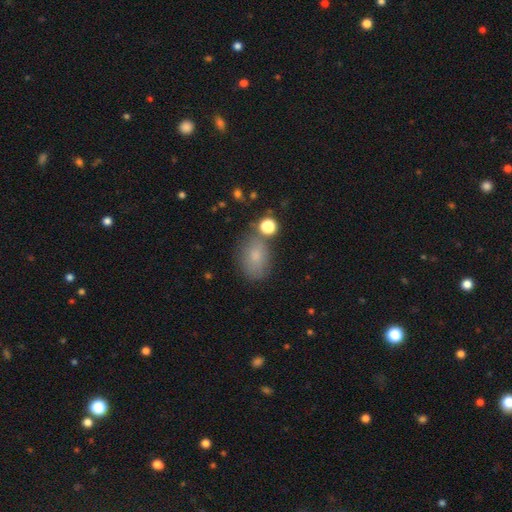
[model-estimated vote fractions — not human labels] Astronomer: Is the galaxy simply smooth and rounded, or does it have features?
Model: smooth — 76%.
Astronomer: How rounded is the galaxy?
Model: in between — 74%.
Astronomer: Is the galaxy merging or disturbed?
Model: none — 66%.